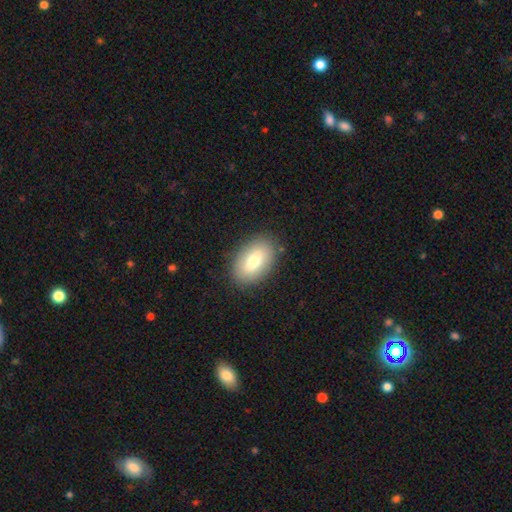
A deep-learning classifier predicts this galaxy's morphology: This is likely a smooth galaxy (70%). How rounded: clearly in between (91%). Merging: clearly none (86%).